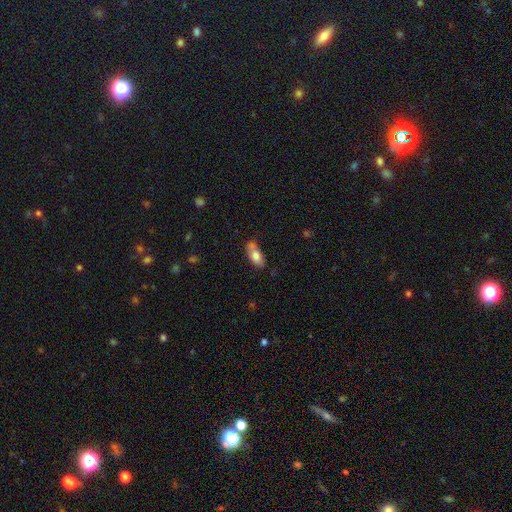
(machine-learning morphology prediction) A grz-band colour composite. It shows a smooth galaxy with no disk features (74%) that is in between round and cigar-shaped (87%). Merging: none (49%).